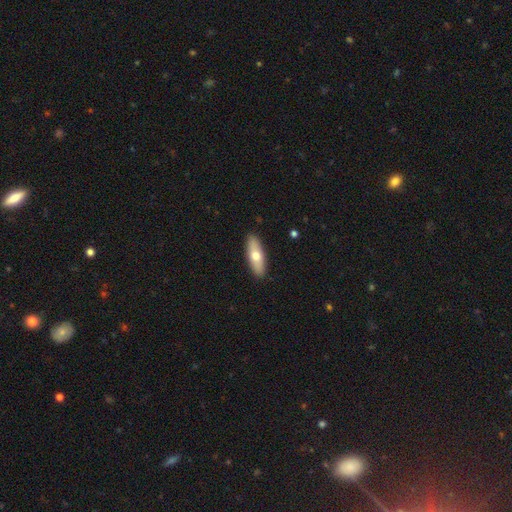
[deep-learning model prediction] Smooth or featured? Predicted: smooth (p=0.66). How rounded? Predicted: in between (p=0.58). Merging? Predicted: none (p=0.90).